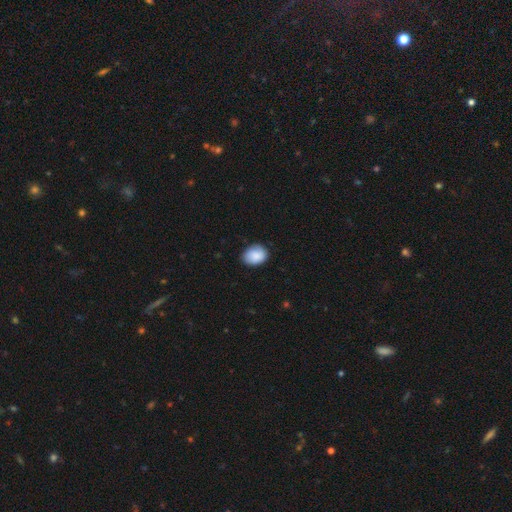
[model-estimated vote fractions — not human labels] A smooth galaxy with no disk features (86%) that is in between round and cigar-shaped (65%). Merging: none (75%).